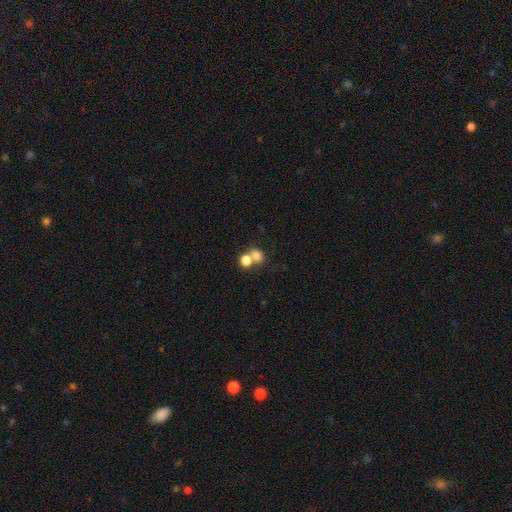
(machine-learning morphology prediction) Smooth or featured? Predicted: smooth (p=0.76). How rounded? Predicted: round (p=0.67). Merging? Predicted: merger (p=0.51).